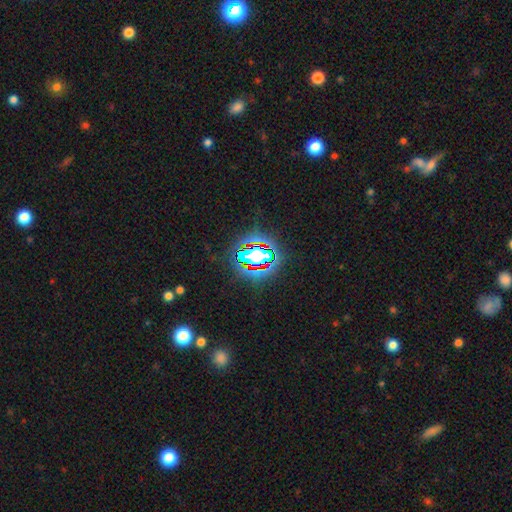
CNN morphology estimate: smooth_or_featured: star or artifact (p=0.66) [alt: smooth p=0.20]